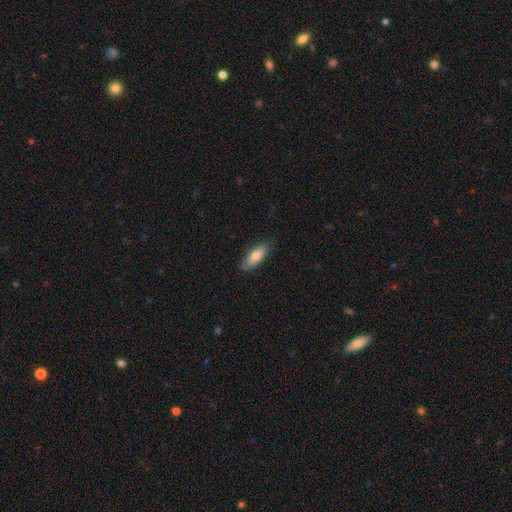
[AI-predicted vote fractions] Morphology: type=smooth (74%); roundness=in between (70%); merging=none (80%).